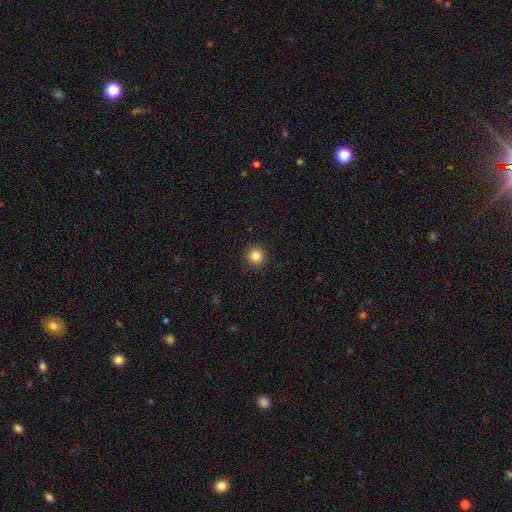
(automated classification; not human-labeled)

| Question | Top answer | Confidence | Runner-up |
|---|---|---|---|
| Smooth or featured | smooth | 84% | star or artifact (11%) |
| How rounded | round | 95% | in between (4%) |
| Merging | none | 93% | minor disturbance (5%) |